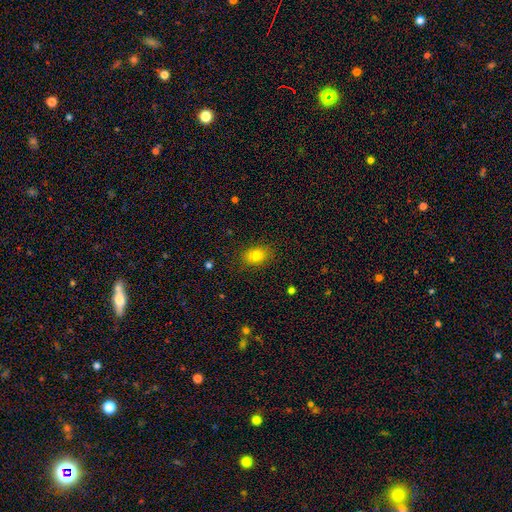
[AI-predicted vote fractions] smooth-or-featured: smooth: 82% | star or artifact: 11% | featured or disk: 8%
  how-rounded: in between: 79% | round: 19% | cigar-shaped: 1%
  merging: none: 85% | minor disturbance: 11% | major disturbance: 3% | merger: 1%